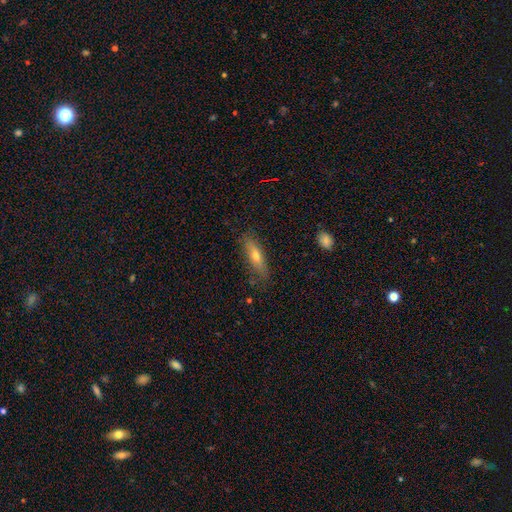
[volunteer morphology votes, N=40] This is possibly a smooth galaxy (55%). How rounded: likely cigar-shaped (73%). Merging: clearly none (90%).